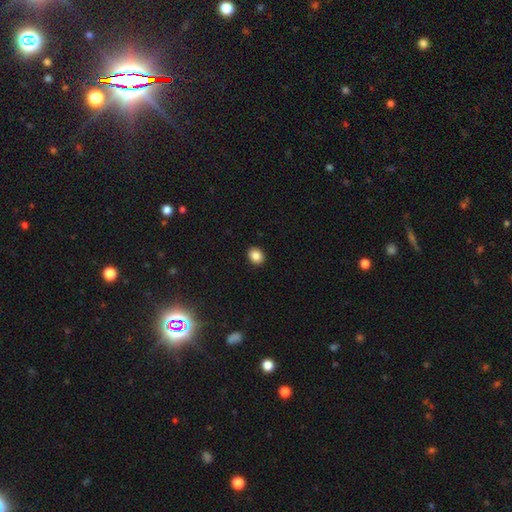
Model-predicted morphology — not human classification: smooth_or_featured: smooth (p=0.87) [alt: star or artifact p=0.09]
how_rounded: round (p=0.50) [alt: in between p=0.49]
merging: none (p=0.92) [alt: minor disturbance p=0.06]